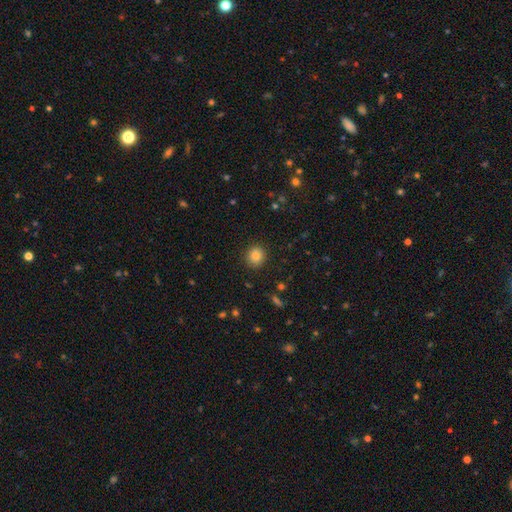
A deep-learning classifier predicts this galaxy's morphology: Smooth or featured? smooth (82%)
How rounded? round (85%)
Merging? none (89%)